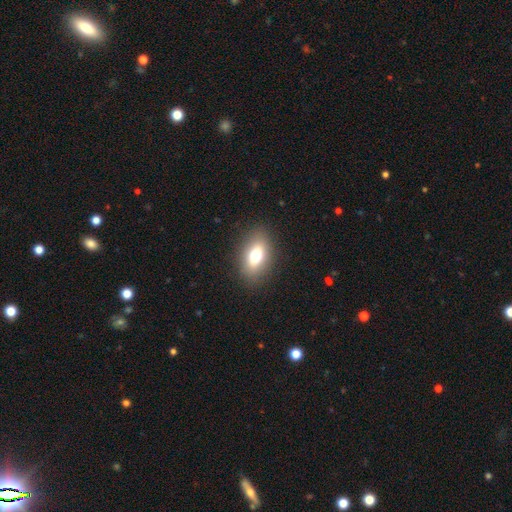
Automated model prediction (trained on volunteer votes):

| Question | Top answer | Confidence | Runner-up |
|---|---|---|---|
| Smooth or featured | smooth | 72% | featured or disk (18%) |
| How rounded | in between | 86% | round (9%) |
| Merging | none | 87% | minor disturbance (9%) |